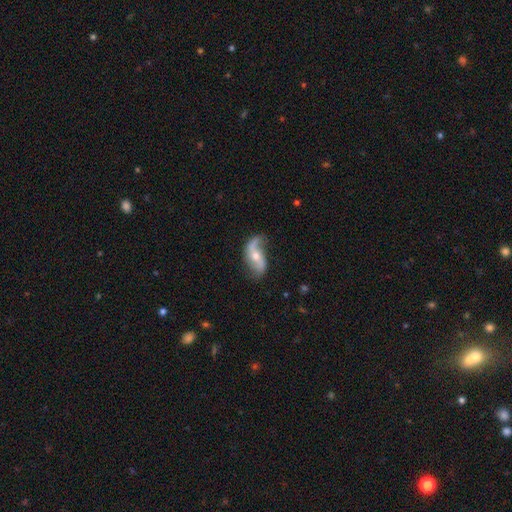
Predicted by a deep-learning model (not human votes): featured or disk 81%, smooth 13%, star or artifact 6%. Down the decision tree: edge-on disk — no (95%); bar — no (48%); spiral arms — yes (93%); spiral arm count — 2 (87%); spiral winding — loose (79%); bulge size — moderate (59%); merging — none (63%).